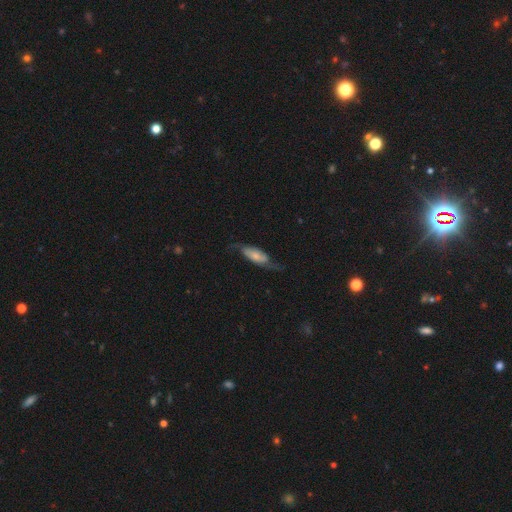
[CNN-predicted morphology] featured or disk 56%, smooth 37%, star or artifact 7%. Down the decision tree: edge-on disk — no (79%); merging — none (56%).